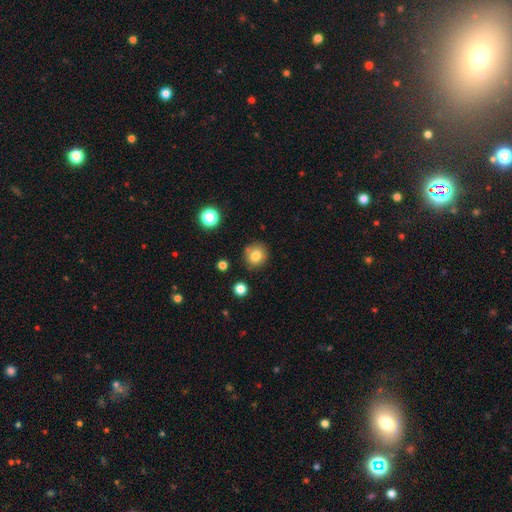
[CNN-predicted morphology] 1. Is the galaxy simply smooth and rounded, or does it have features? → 80% smooth, 12% star or artifact, 8% featured or disk.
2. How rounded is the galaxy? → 87% round, 12% in between, 1% cigar-shaped.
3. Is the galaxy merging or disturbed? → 81% none, 11% minor disturbance, 6% merger, 3% major disturbance.